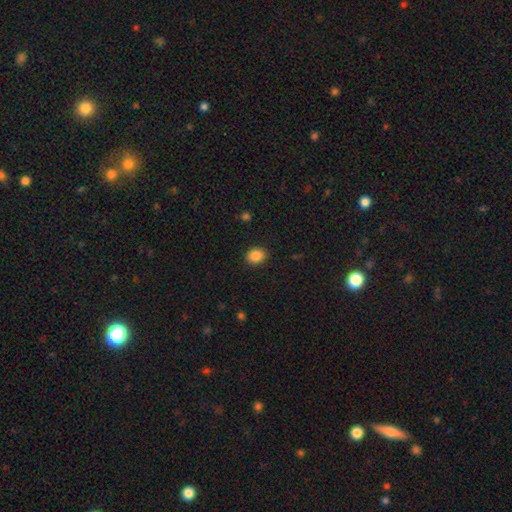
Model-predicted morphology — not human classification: A smooth galaxy with no disk features (87%) that is round (60%). Merging: none (90%).